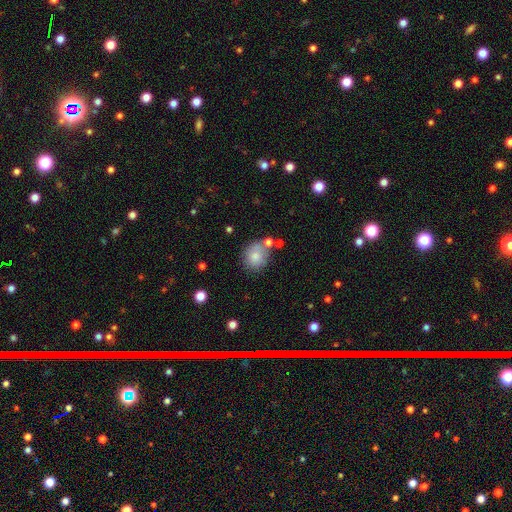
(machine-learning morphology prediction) Smooth or featured: smooth — 79% (featured or disk — 12%)
How rounded: round — 76% (in between — 23%)
Merging: none — 61% (minor disturbance — 19%)